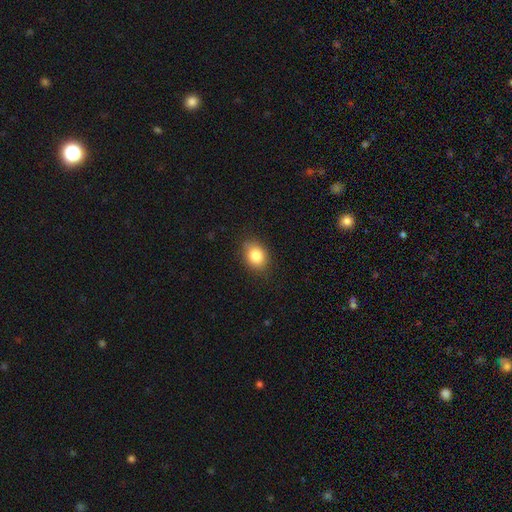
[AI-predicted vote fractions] Overall: smooth (85%). How rounded: in between (62%; round 37%). Merging: none (83%).